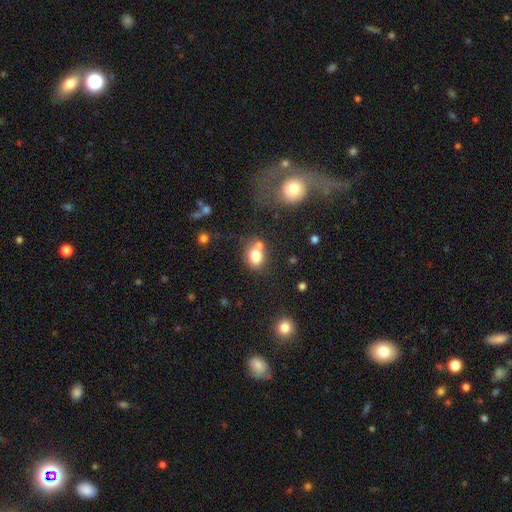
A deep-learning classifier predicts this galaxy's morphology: smooth_or_featured: smooth (p=0.79) [alt: star or artifact p=0.11]
how_rounded: round (p=0.51) [alt: in between p=0.48]
merging: none (p=0.52) [alt: merger p=0.29]